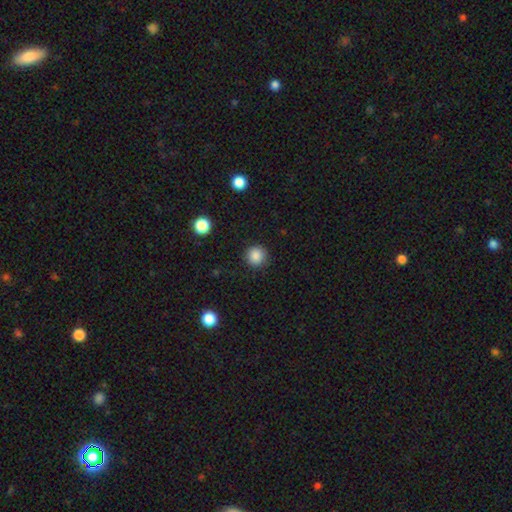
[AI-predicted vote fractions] A smooth galaxy with no disk features (87%) that is round (95%).

Vote fractions:
- Smooth or featured? smooth: 87% / star or artifact: 10% / featured or disk: 3%
- How rounded? round: 95% / in between: 4% / cigar-shaped: 1%
- Merging? none: 90% / minor disturbance: 7% / major disturbance: 2% / merger: 1%